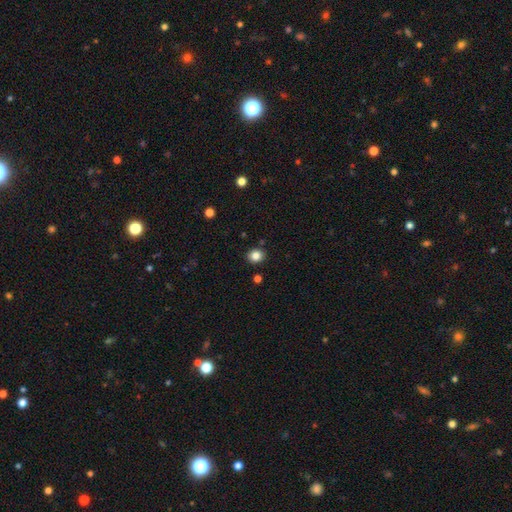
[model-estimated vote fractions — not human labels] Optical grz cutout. It shows a smooth galaxy with no disk features (83%) that is round (74%). Merging: none (88%).